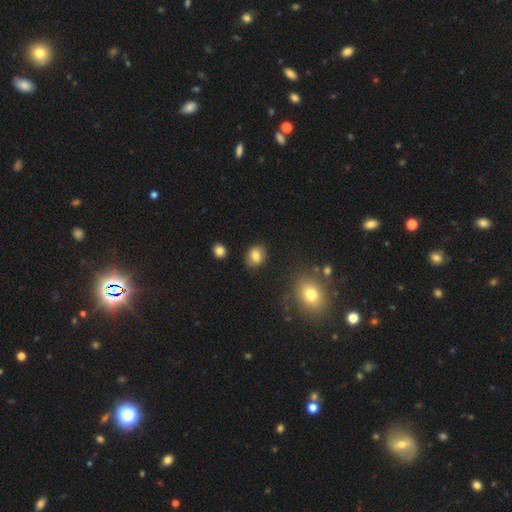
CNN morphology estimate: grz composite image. It shows a smooth galaxy with no disk features (81%) that is in between round and cigar-shaped (51%). Merging: none (87%).